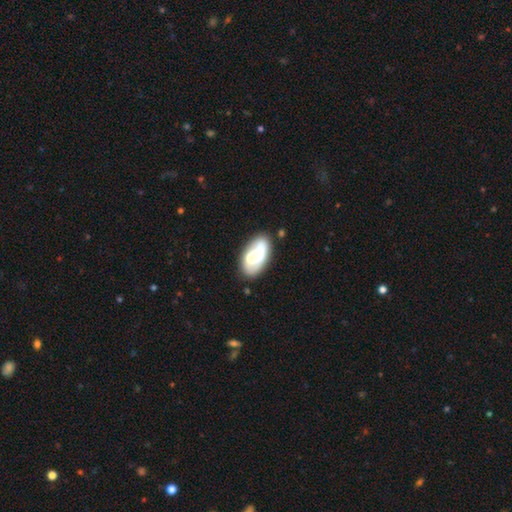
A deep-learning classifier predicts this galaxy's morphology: A smooth galaxy with no disk features (49%).

Vote fractions:
- Smooth or featured? smooth: 49% / featured or disk: 44% / star or artifact: 7%
- Merging? none: 58% / minor disturbance: 19% / merger: 15% / major disturbance: 8%